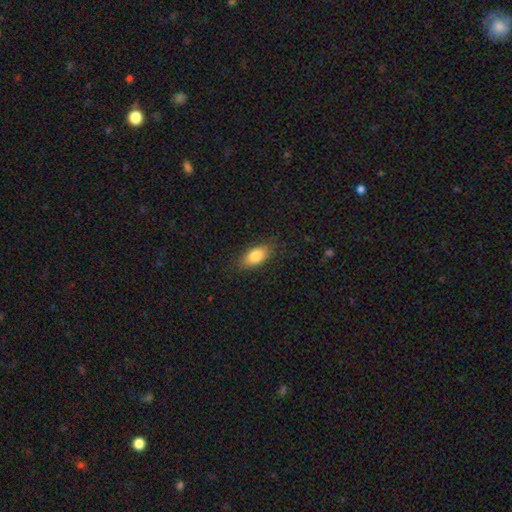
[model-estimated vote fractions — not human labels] This appears to be a smooth galaxy with no disk features (83%) that is in between round and cigar-shaped (88%). Merging: none (84%).